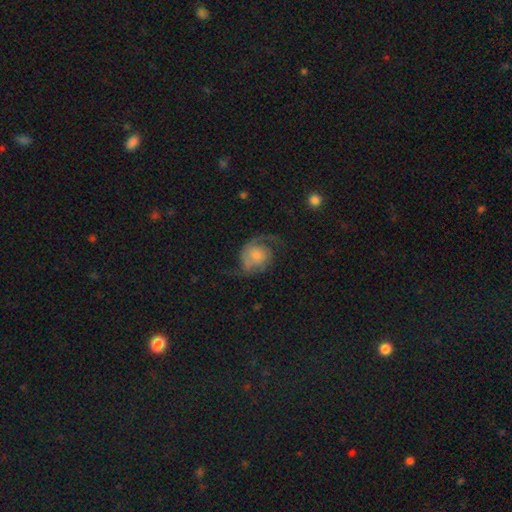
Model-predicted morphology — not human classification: smooth_or_featured: featured or disk (p=0.75) [alt: smooth p=0.19]
disk_edge_on: no (p=0.98) [alt: yes p=0.02]
bar: no (p=0.74) [alt: weak p=0.23]
has_spiral_arms: yes (p=0.94) [alt: no p=0.06]
spiral_winding: loose (p=0.42) [alt: medium p=0.41]
spiral_arm_count: 2 (p=0.83) [alt: 1 p=0.08]
bulge_size: small (p=0.37) [alt: moderate p=0.34]
merging: none (p=0.56) [alt: major disturbance p=0.21]